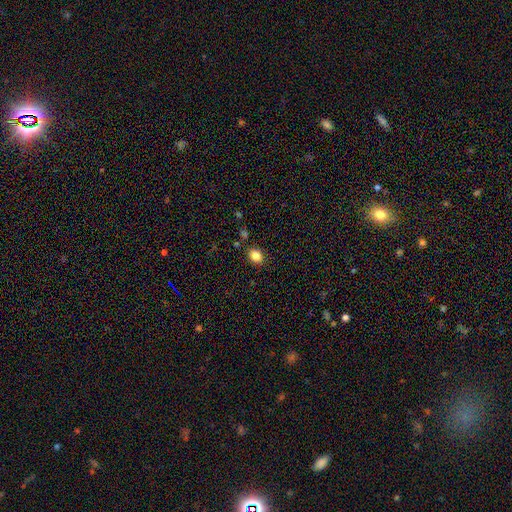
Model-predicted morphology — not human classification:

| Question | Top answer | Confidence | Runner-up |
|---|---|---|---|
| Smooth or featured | smooth | 84% | star or artifact (11%) |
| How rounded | in between | 56% | round (43%) |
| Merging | none | 85% | minor disturbance (10%) |